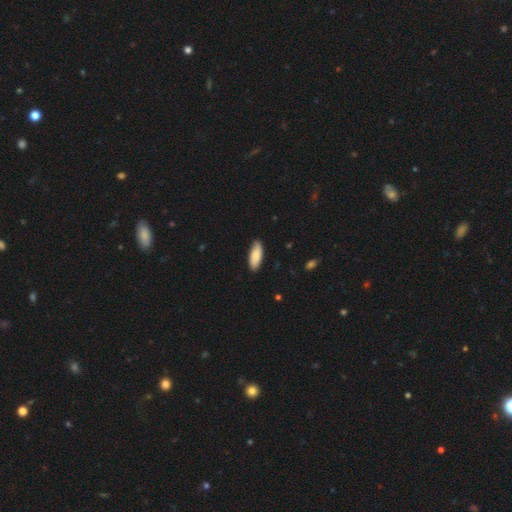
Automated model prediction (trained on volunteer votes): Smooth or featured? Predicted: smooth (p=0.84). How rounded? Predicted: in between (p=0.73). Merging? Predicted: none (p=0.87).